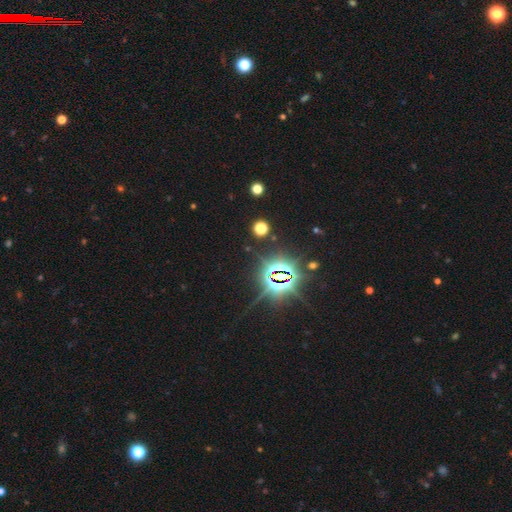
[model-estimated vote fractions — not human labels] Q: Smooth or featured?
A: star or artifact (85%); runner-up: smooth (8%)